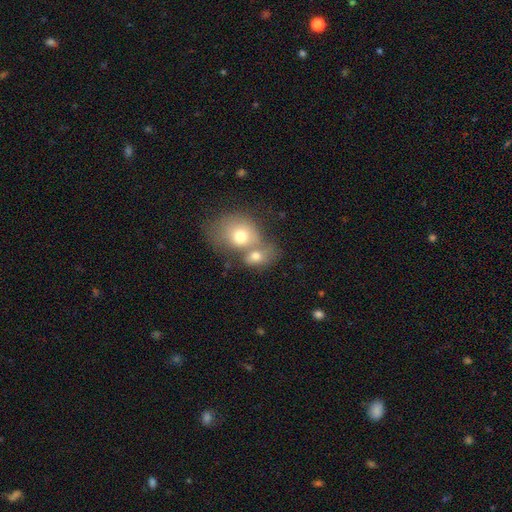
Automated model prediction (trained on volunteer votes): smooth-or-featured: smooth: 72% | featured or disk: 19% | star or artifact: 9%
  how-rounded: in between: 59% | round: 39% | cigar-shaped: 2%
  merging: merger: 67% | none: 21% | minor disturbance: 8% | major disturbance: 5%